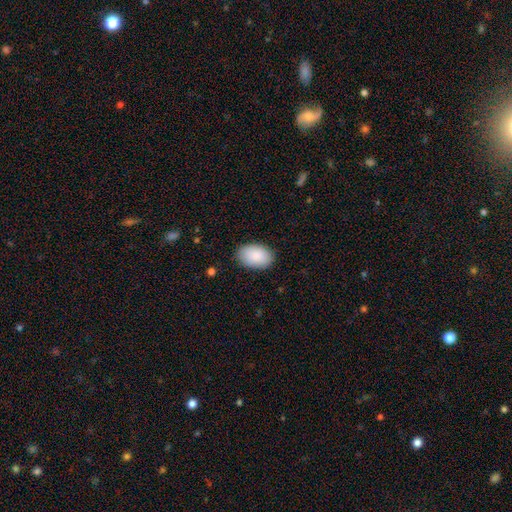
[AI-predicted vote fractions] This is clearly a smooth galaxy (89%). How rounded: clearly in between (91%). Merging: clearly none (86%).